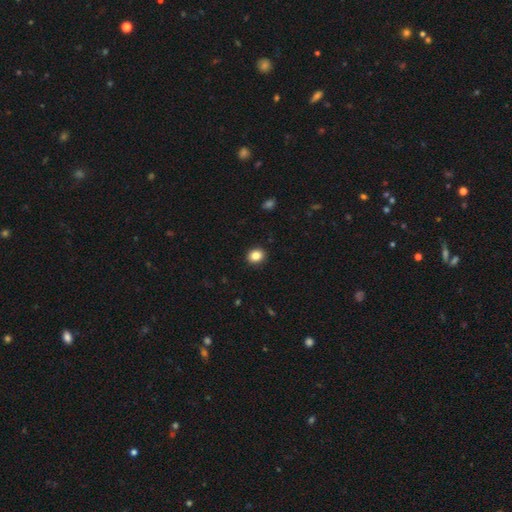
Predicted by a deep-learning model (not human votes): smooth 85%, star or artifact 10%, featured or disk 5%. Down the decision tree: how rounded — round (61%); merging — none (91%).